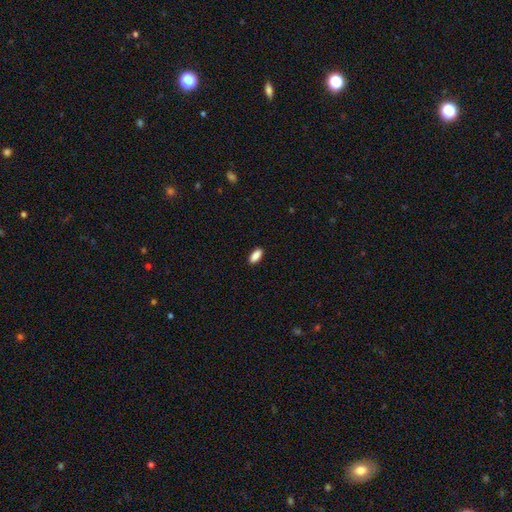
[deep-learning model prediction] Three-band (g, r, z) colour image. It shows a smooth galaxy with no disk features (89%) that is in between round and cigar-shaped (84%). Merging: none (90%).